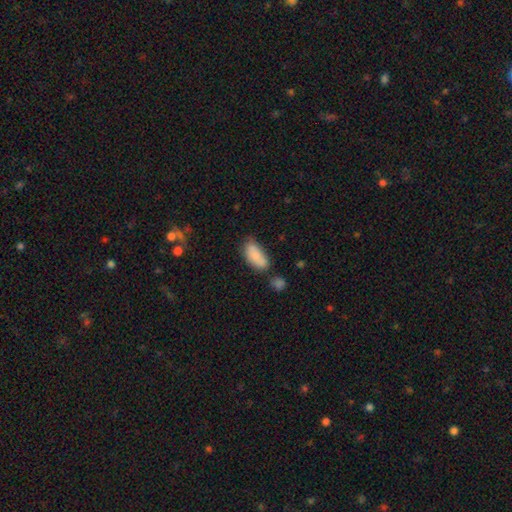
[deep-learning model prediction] Smooth or featured? smooth (84%)
How rounded? in between (88%)
Merging? none (56%)